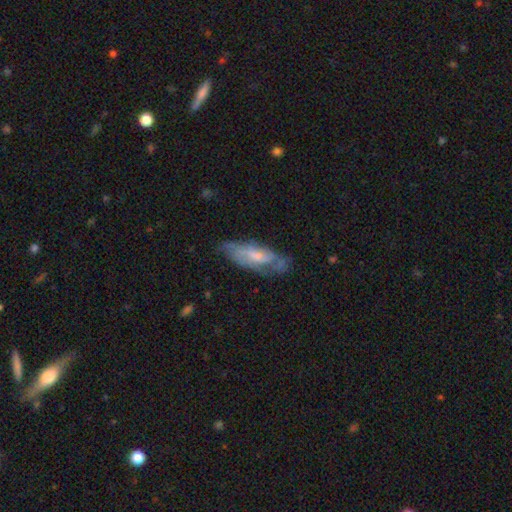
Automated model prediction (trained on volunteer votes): Smooth or featured? Predicted: featured or disk (p=0.57). Edge-on disk? Predicted: no (p=0.78). Merging? Predicted: none (p=0.58).